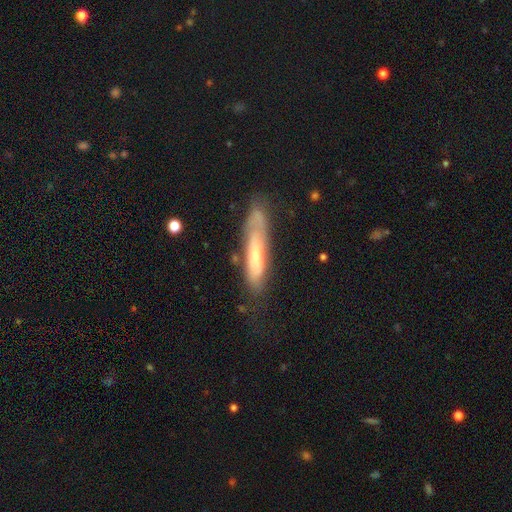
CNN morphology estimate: Smooth or featured?
  - featured or disk: 47% *
  - smooth: 46%
  - star or artifact: 7%
Merging?
  - none: 59% *
  - minor disturbance: 25%
  - major disturbance: 12%
  - merger: 4%